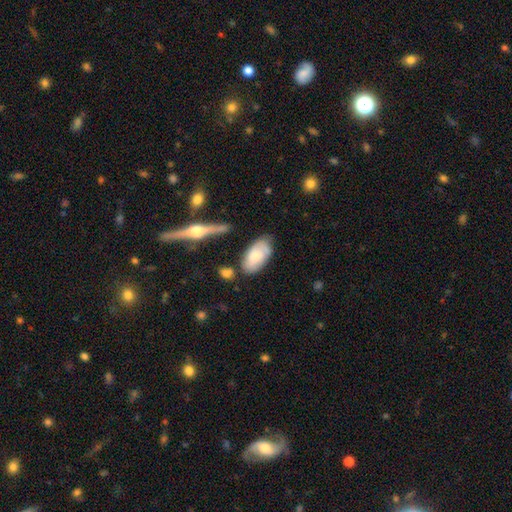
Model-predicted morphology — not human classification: A smooth galaxy with no disk features (64%) that is in between round and cigar-shaped (93%). Merging: none (64%).